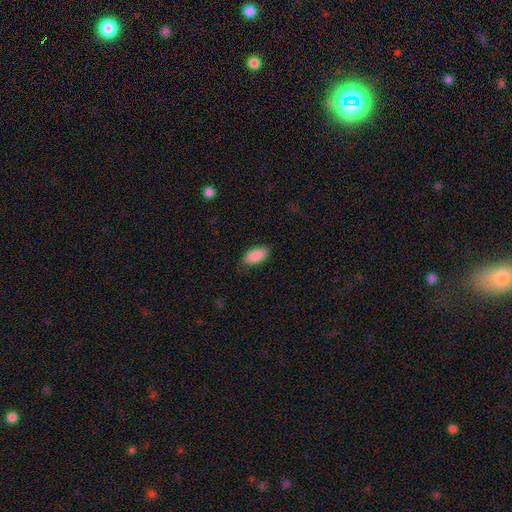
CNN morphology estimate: smooth_or_featured: smooth (p=0.89) [alt: star or artifact p=0.06]
how_rounded: in between (p=0.93) [alt: cigar-shaped p=0.05]
merging: none (p=0.85) [alt: minor disturbance p=0.12]